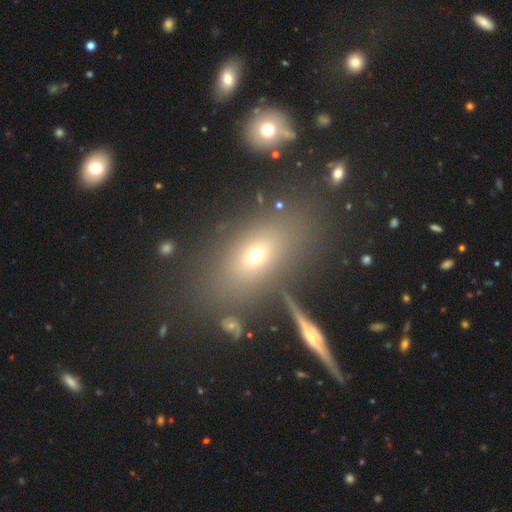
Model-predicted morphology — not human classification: The model was most divided on "smooth or featured": smooth: 58%, featured or disk: 23%, star or artifact: 19%. More confident: merging — none (75%); how rounded — in between (75%).